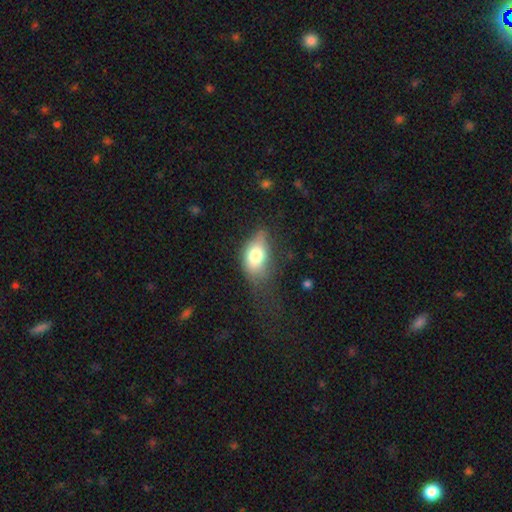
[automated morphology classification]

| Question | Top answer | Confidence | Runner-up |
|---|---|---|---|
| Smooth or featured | smooth | 73% | featured or disk (18%) |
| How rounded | in between | 84% | round (13%) |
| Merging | minor disturbance | 36% | none (35%) |